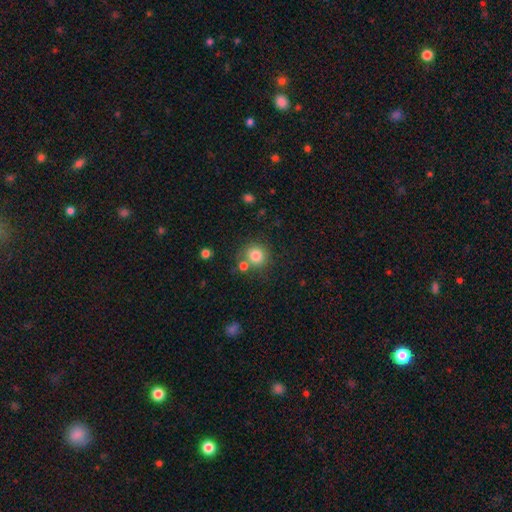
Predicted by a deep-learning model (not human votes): Smooth or featured? Predicted: smooth (p=0.82). How rounded? Predicted: round (p=0.89). Merging? Predicted: none (p=0.69).